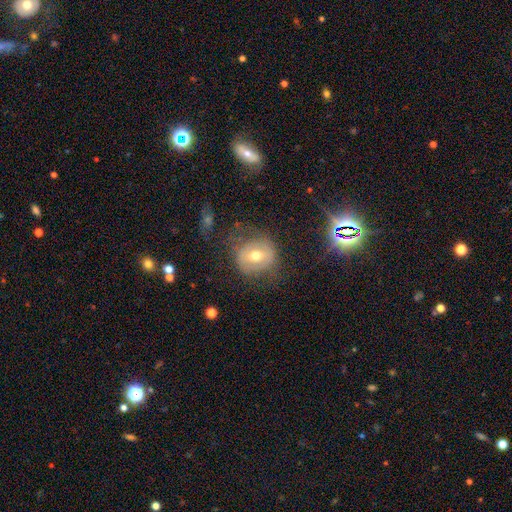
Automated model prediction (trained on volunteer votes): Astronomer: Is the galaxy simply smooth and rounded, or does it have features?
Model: featured or disk — 46% (runner-up: smooth, 42%).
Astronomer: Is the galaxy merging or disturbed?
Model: none — 63%.